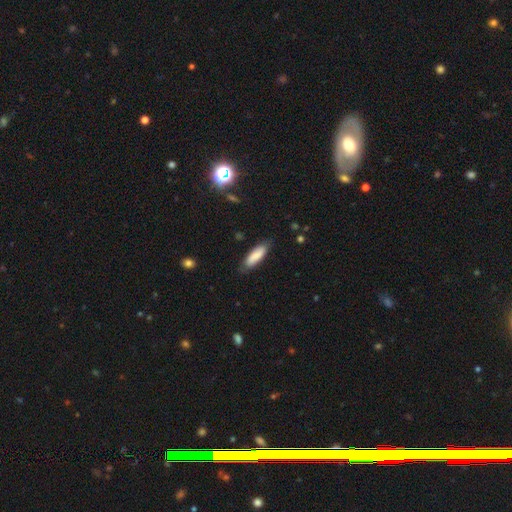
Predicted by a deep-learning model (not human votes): Smooth or featured? smooth (83%)
How rounded? in between (54%)
Merging? none (79%)